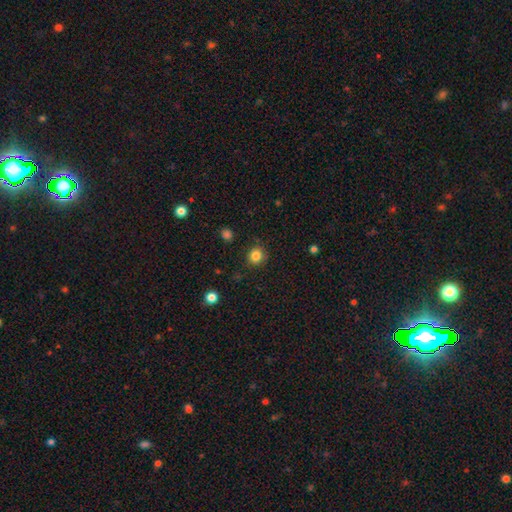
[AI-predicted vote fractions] A smooth galaxy with no disk features (84%) that is round (88%). Merging: none (89%).